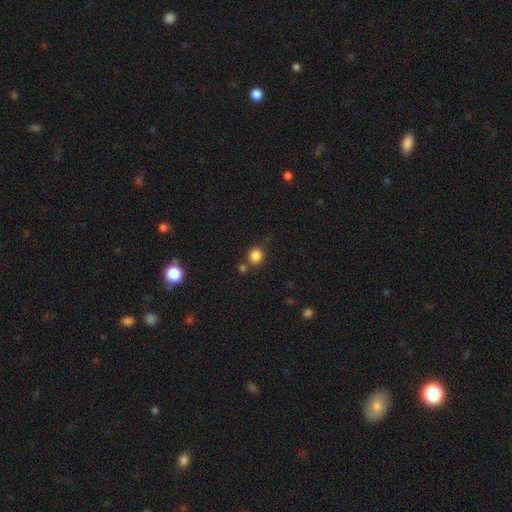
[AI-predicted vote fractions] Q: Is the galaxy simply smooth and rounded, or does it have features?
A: smooth — 84%.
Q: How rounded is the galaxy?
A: round — 84%.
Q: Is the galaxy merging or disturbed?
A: none — 72%.